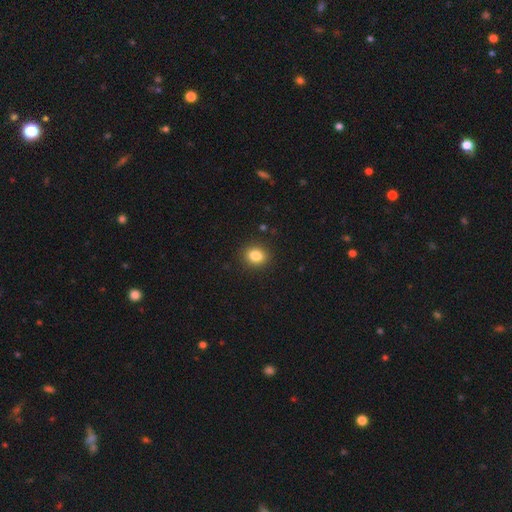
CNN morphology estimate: Smooth or featured: smooth — 84% (star or artifact — 10%)
How rounded: round — 57% (in between — 42%)
Merging: none — 90% (minor disturbance — 7%)